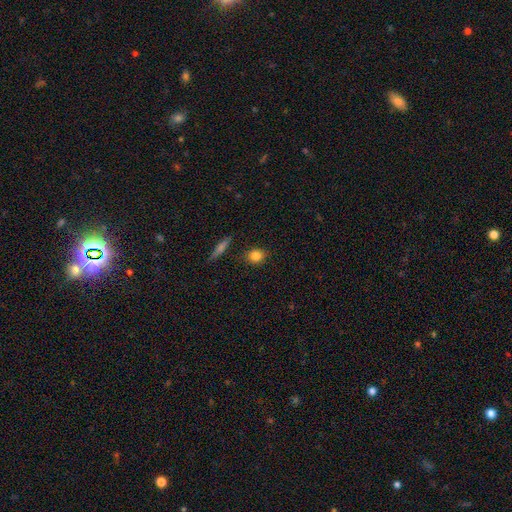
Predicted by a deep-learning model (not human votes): Smooth or featured? smooth (82%)
How rounded? round (65%)
Merging? none (86%)